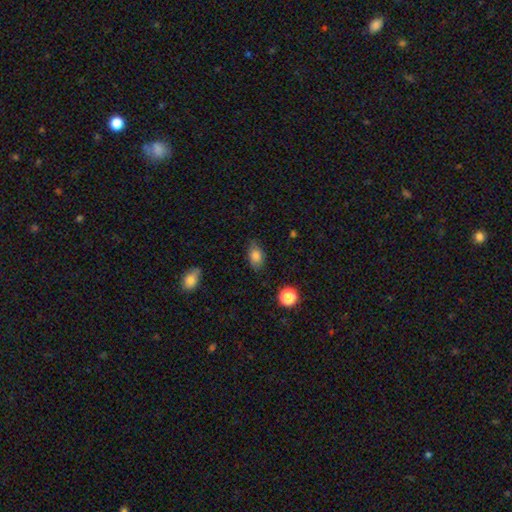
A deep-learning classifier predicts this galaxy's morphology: smooth_or_featured: smooth (p=0.80) [alt: featured or disk p=0.10]
how_rounded: in between (p=0.86) [alt: round p=0.11]
merging: none (p=0.77) [alt: minor disturbance p=0.18]